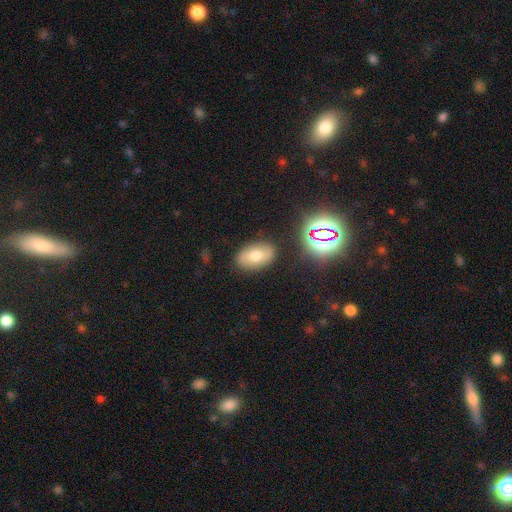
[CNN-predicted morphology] Smooth or featured? Predicted: smooth (p=0.63). How rounded? Predicted: in between (p=0.87). Merging? Predicted: none (p=0.84).